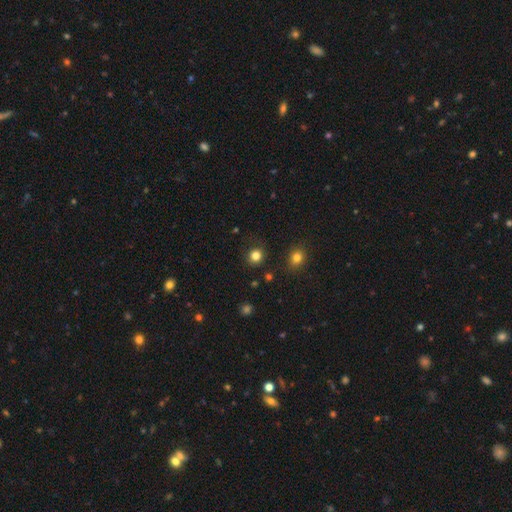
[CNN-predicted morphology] Overall: smooth (81%). How rounded: round (89%). Merging: none (85%).